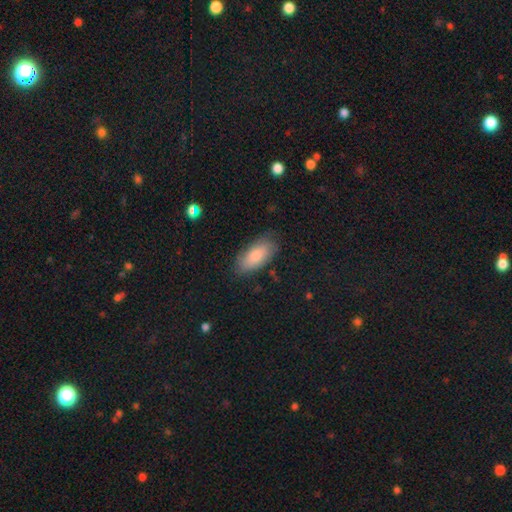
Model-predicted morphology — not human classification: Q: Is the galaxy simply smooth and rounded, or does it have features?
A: smooth — 81%.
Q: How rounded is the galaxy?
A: in between — 89%.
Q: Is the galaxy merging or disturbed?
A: none — 77%.